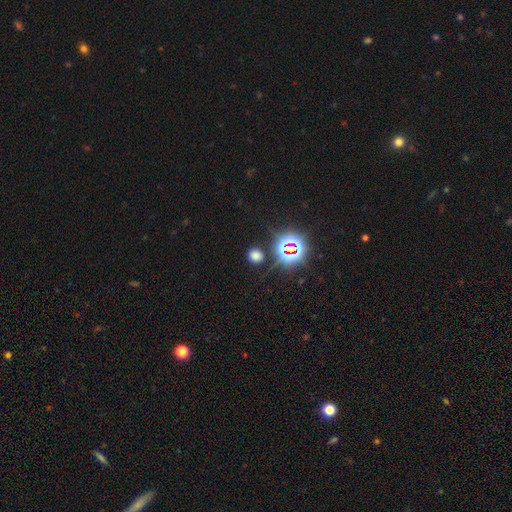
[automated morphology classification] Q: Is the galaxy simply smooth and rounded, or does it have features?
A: smooth — 64%.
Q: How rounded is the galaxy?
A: round — 79%.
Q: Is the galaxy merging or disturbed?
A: none — 85%.